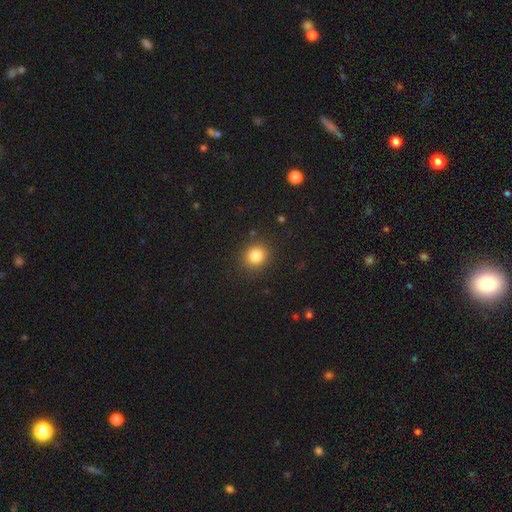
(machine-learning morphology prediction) type=smooth (83%); roundness=round (80%); merging=none (88%).